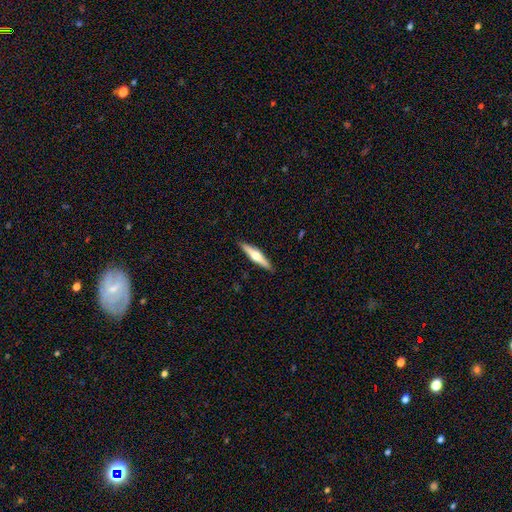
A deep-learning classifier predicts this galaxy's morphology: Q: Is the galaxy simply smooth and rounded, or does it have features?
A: featured or disk — 56%.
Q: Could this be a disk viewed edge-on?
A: yes — 96%.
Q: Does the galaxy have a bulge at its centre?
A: rounded — 91%.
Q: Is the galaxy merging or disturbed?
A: none — 91%.